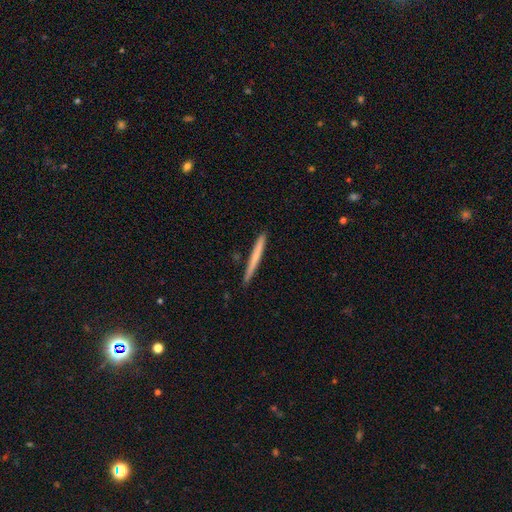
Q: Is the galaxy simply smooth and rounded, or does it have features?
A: smooth — 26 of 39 (67%).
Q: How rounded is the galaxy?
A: cigar-shaped — 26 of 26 (100%).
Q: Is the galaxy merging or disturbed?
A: none — 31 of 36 (86%).